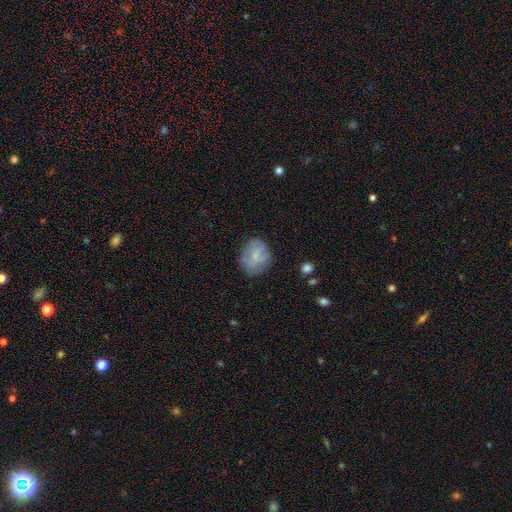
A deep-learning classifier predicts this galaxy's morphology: A smooth galaxy with no disk features (66%) that is round (56%).

Vote fractions:
- Smooth or featured? smooth: 66% / featured or disk: 26% / star or artifact: 8%
- How rounded? round: 56% / in between: 43% / cigar-shaped: 1%
- Merging? none: 67% / minor disturbance: 23% / major disturbance: 8% / merger: 2%